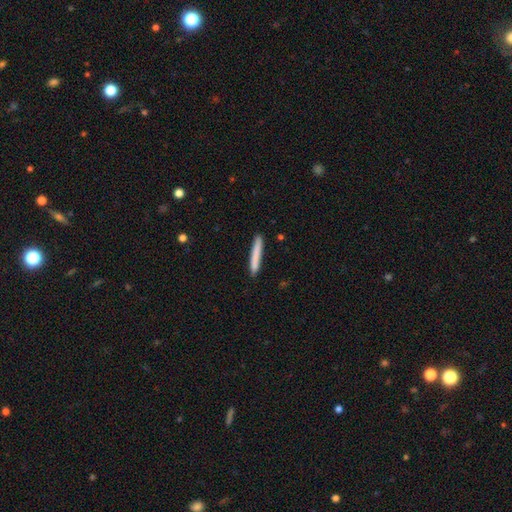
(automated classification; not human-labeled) This appears to be a smooth galaxy with no disk features (79%) that is cigar-shaped (96%). Merging: none (89%).